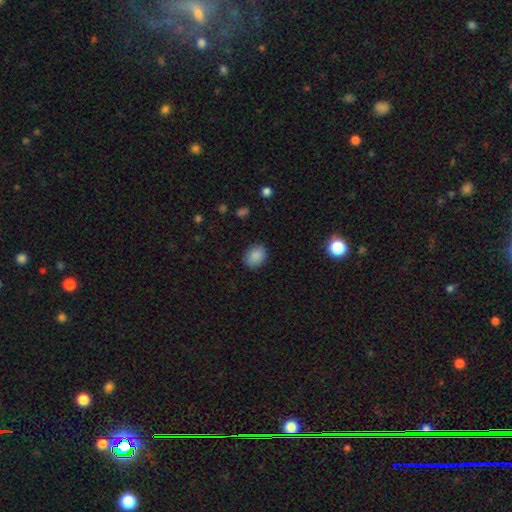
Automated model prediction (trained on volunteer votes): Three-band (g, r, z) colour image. It shows a smooth galaxy with no disk features (88%) that is in between round and cigar-shaped (59%). Merging: none (86%).